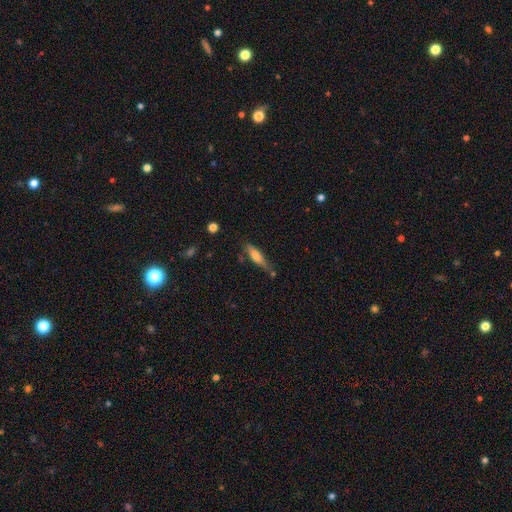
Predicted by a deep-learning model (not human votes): Q: Smooth or featured?
A: smooth (67%); runner-up: featured or disk (26%)
Q: How rounded?
A: cigar-shaped (68%); runner-up: in between (30%)
Q: Merging?
A: none (60%); runner-up: minor disturbance (25%)